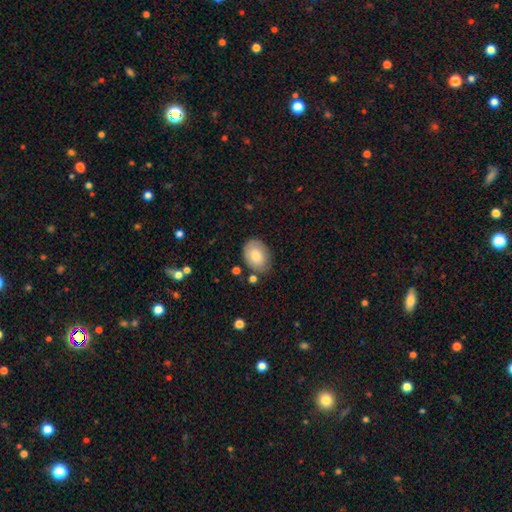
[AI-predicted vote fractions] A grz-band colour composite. It shows a smooth galaxy with no disk features (75%) that is in between round and cigar-shaped (78%). Merging: none (72%).